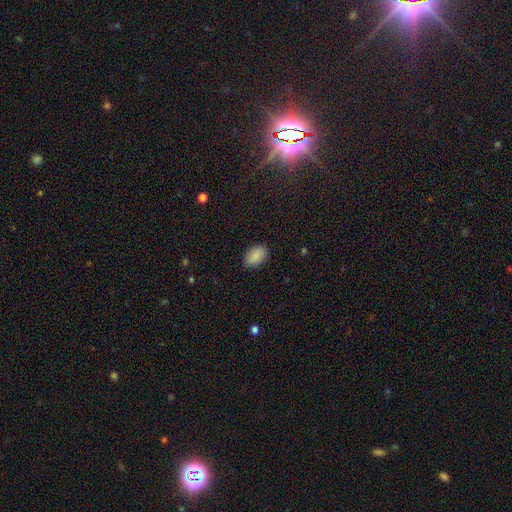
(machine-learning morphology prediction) smooth 89%, star or artifact 7%, featured or disk 4%. Down the decision tree: how rounded — in between (91%); merging — none (88%).